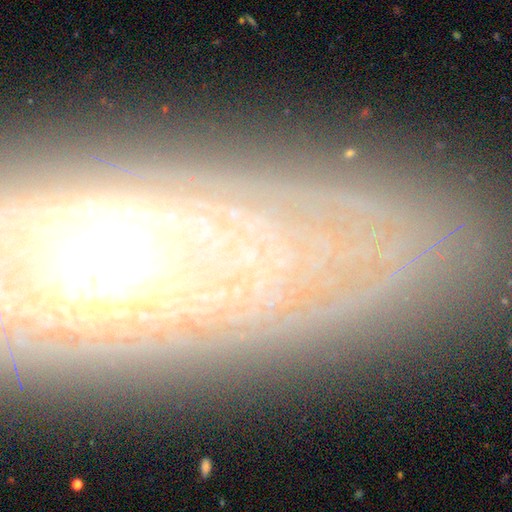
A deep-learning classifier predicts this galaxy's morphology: A featured or disk galaxy (57%).

Vote fractions:
- Smooth or featured? featured or disk: 57% / star or artifact: 24% / smooth: 20%
- Edge-on disk? no: 68% / yes: 32%
- Merging? none: 79% / minor disturbance: 13% / major disturbance: 5% / merger: 3%